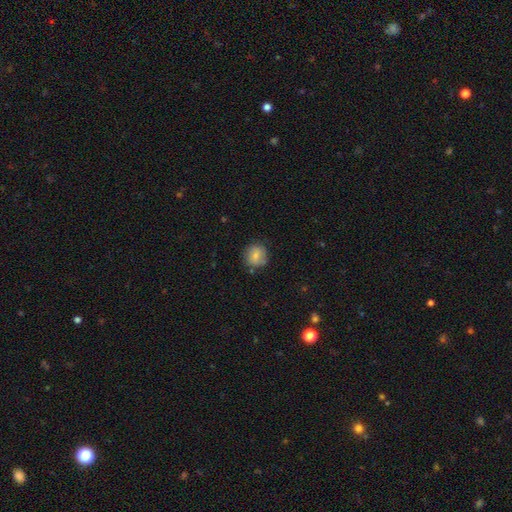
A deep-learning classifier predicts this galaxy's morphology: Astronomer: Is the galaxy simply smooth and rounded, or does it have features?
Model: smooth — 78%.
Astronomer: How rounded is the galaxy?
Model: round — 85%.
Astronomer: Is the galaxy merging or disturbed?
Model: none — 78%.